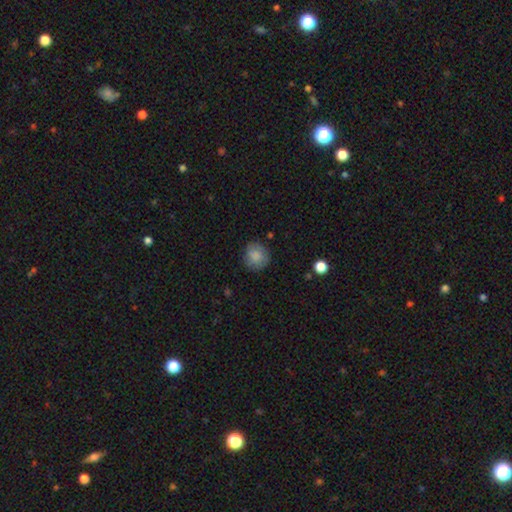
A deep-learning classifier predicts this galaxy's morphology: This appears to be a smooth galaxy with no disk features (82%) that is round (87%). Merging: none (80%).